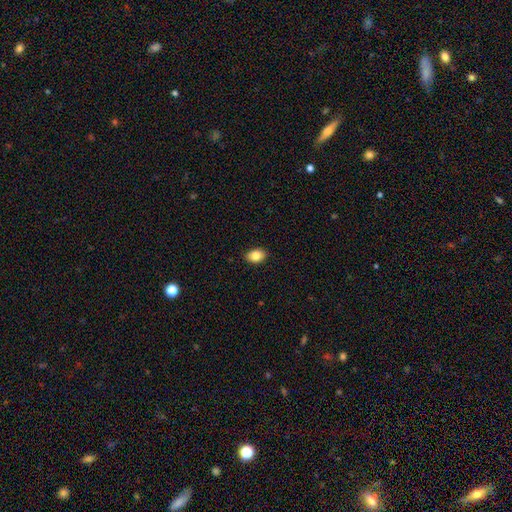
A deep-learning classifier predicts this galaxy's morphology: smooth 85%, star or artifact 8%, featured or disk 7%. Down the decision tree: how rounded — in between (80%); merging — none (89%).